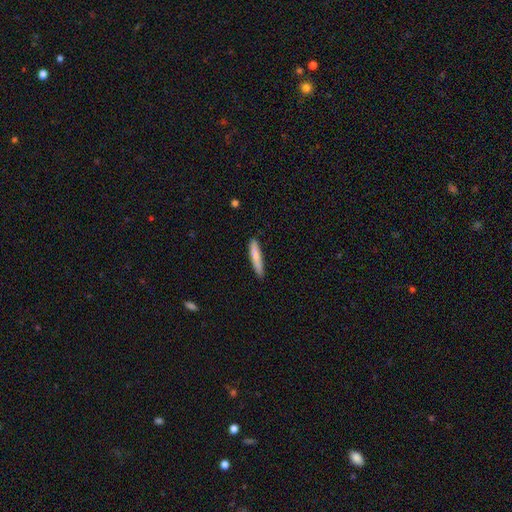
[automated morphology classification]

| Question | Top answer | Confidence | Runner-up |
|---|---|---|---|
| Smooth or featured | smooth | 81% | featured or disk (14%) |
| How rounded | cigar-shaped | 91% | in between (8%) |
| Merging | none | 83% | minor disturbance (14%) |